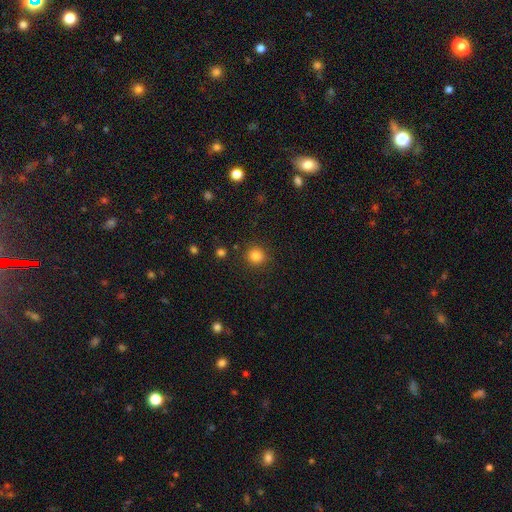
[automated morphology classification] This appears to be a smooth galaxy with no disk features (83%) that is round (91%). Merging: none (89%).